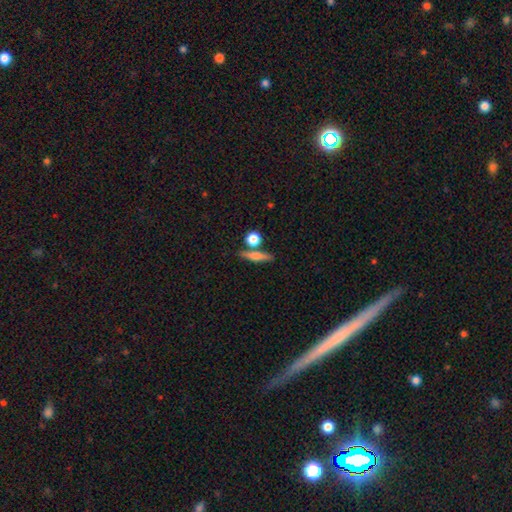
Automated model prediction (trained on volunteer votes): A smooth galaxy with no disk features (58%) that is cigar-shaped (62%). Merging: none (73%).